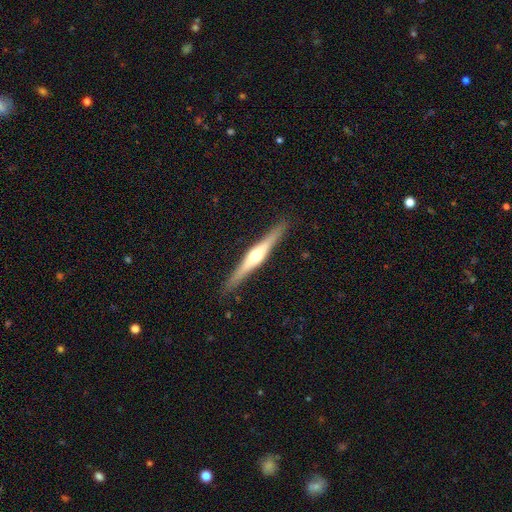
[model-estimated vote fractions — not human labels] smooth-or-featured: featured or disk: 74% | smooth: 21% | star or artifact: 5%
  disk-edge-on: yes: 98% | no: 2%
    edge-on-bulge: rounded: 91% | boxy: 5% | none: 4%
  merging: none: 90% | minor disturbance: 8% | major disturbance: 1% | merger: 1%